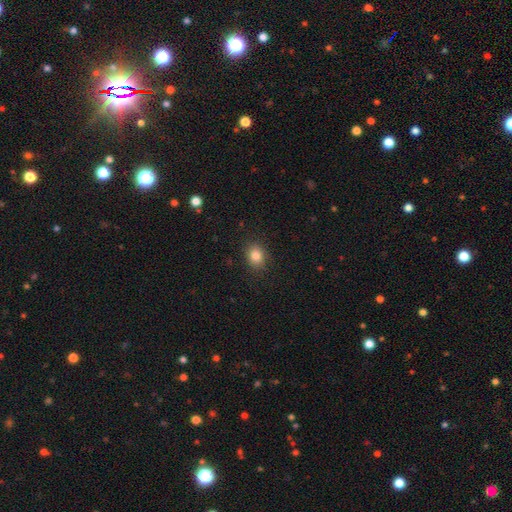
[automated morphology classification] Smooth or featured? smooth (84%)
How rounded? round (57%)
Merging? none (87%)